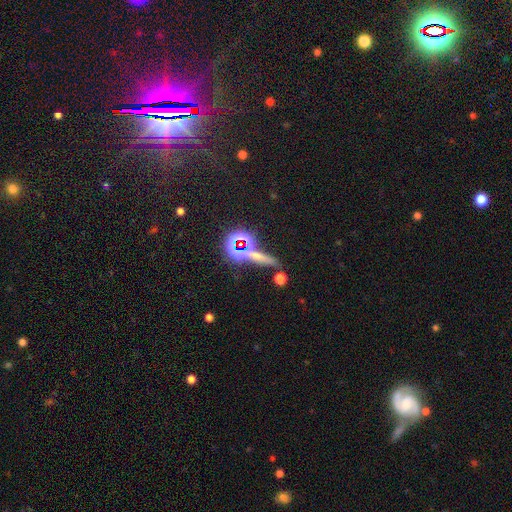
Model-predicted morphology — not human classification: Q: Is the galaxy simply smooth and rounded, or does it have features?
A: smooth — 40%.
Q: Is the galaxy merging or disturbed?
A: none — 70%.